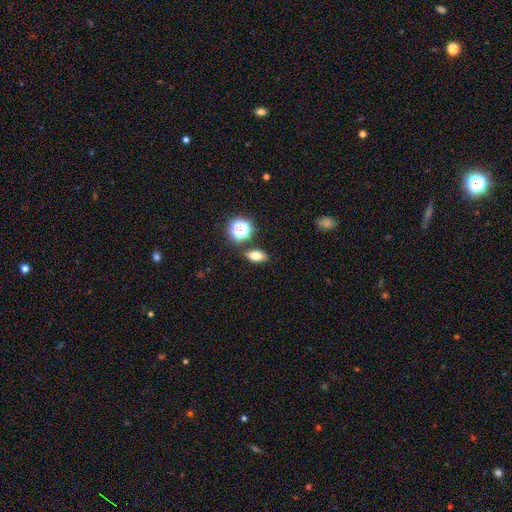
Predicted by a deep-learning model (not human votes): The model was most divided on "smooth or featured": smooth: 70%, star or artifact: 15%, featured or disk: 15%. More confident: merging — none (84%); how rounded — in between (74%).